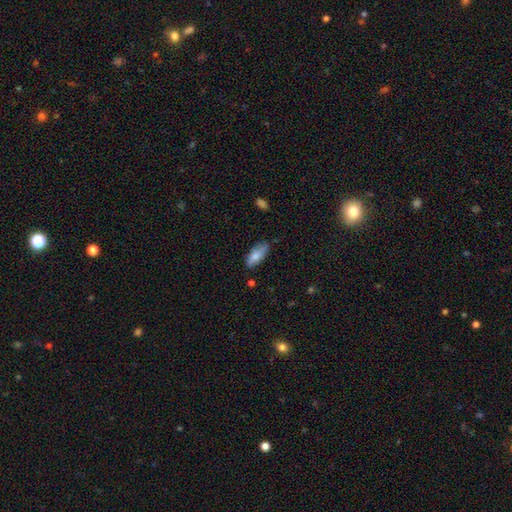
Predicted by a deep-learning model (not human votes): Overall: smooth (76%). How rounded: in between (77%). Merging: none (68%).